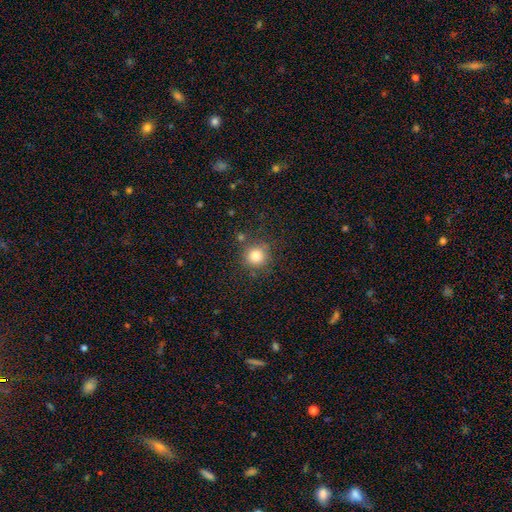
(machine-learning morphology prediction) Smooth or featured? smooth (82%)
How rounded? round (93%)
Merging? none (81%)